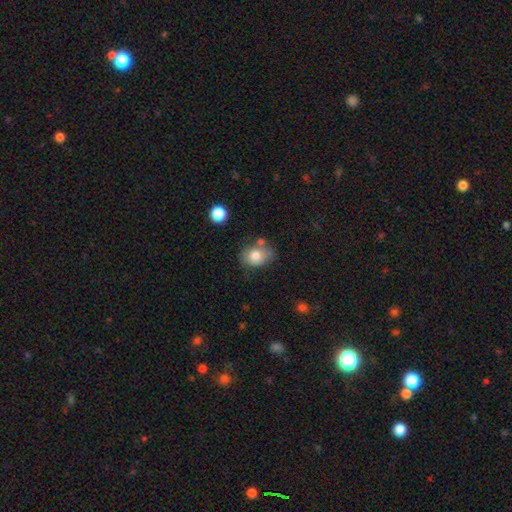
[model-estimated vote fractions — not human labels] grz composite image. It shows a smooth galaxy with no disk features (79%) that is in between round and cigar-shaped (60%). Merging: none (63%).